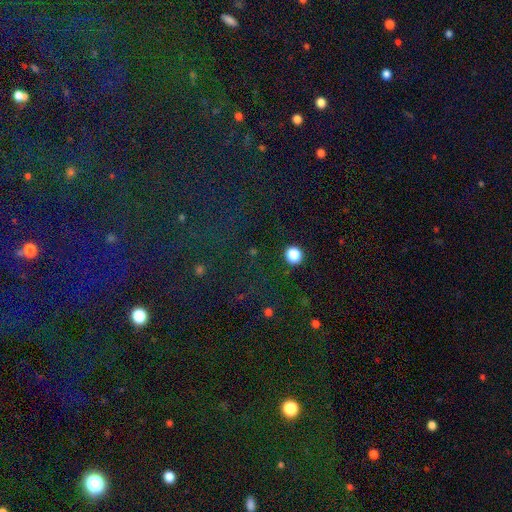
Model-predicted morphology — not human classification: smooth_or_featured: star or artifact (p=0.80) [alt: smooth p=0.12]